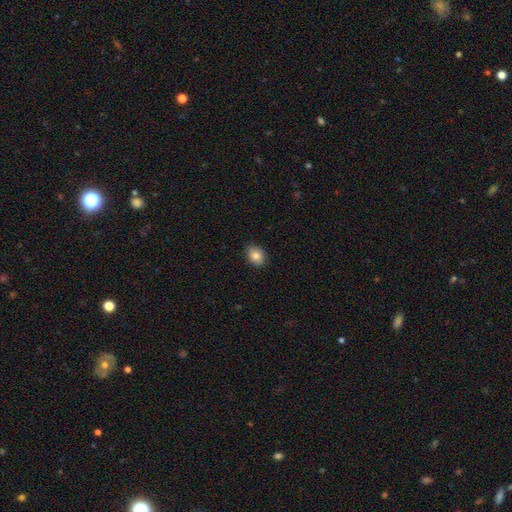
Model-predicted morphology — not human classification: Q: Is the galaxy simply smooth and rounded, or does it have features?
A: smooth — 84%.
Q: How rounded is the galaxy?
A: in between — 57%.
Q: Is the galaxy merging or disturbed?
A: none — 87%.